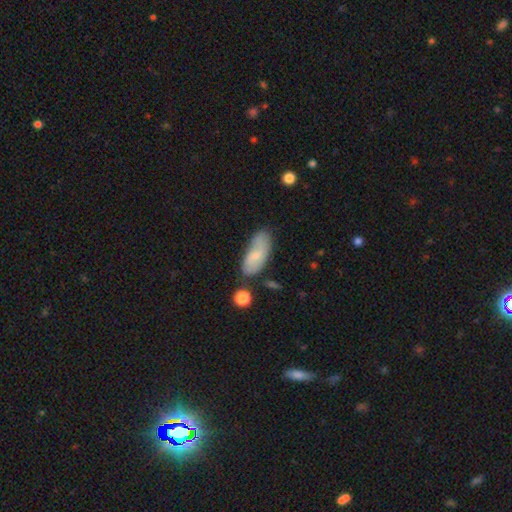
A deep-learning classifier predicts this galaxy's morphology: Overall: smooth (66%; featured or disk 27%). How rounded: in between (83%). Merging: none (60%; minor disturbance 26%).